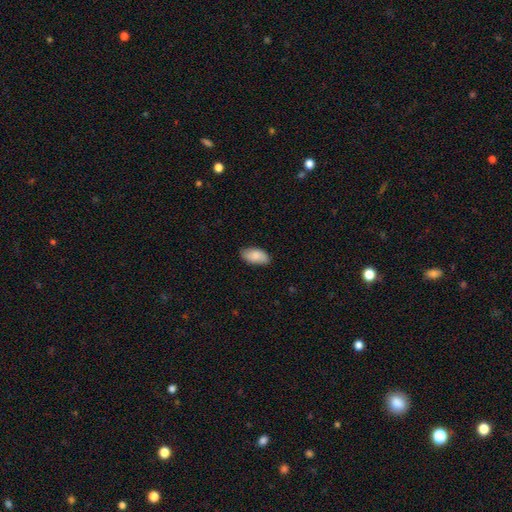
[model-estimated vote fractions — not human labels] Morphology: type=smooth (86%); roundness=in between (95%); merging=none (85%).